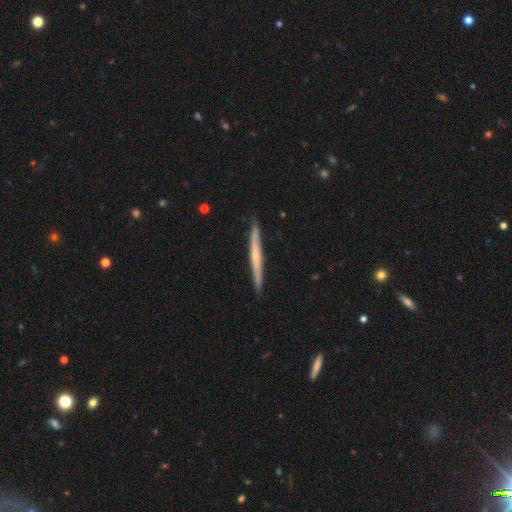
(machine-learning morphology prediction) Q: Smooth or featured?
A: featured or disk (58%); runner-up: smooth (36%)
Q: Edge-on disk?
A: yes (96%); runner-up: no (4%)
Q: Edge-on bulge?
A: none (57%); runner-up: rounded (39%)
Q: Merging?
A: none (89%); runner-up: minor disturbance (8%)